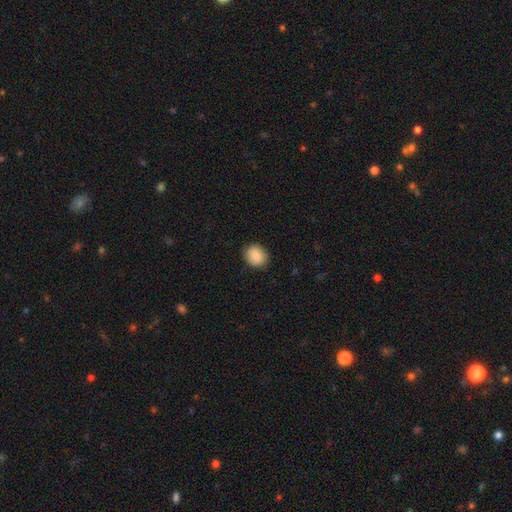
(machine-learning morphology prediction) Smooth or featured? smooth (89%)
How rounded? round (69%)
Merging? none (87%)